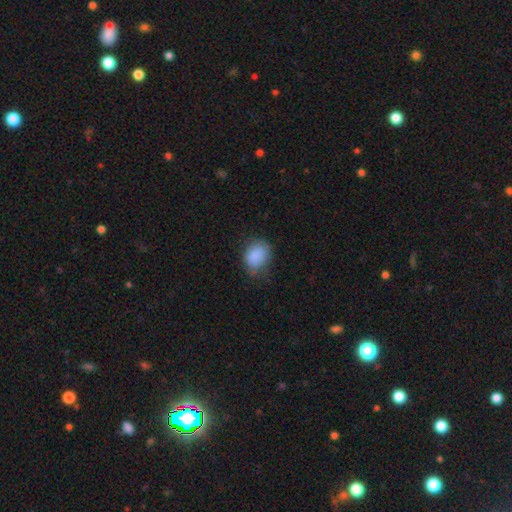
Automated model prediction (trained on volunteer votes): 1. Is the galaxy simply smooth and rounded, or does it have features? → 86% smooth, 8% star or artifact, 6% featured or disk.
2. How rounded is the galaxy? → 64% in between, 35% round, 1% cigar-shaped.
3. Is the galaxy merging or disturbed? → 60% none, 30% minor disturbance, 9% major disturbance, 1% merger.